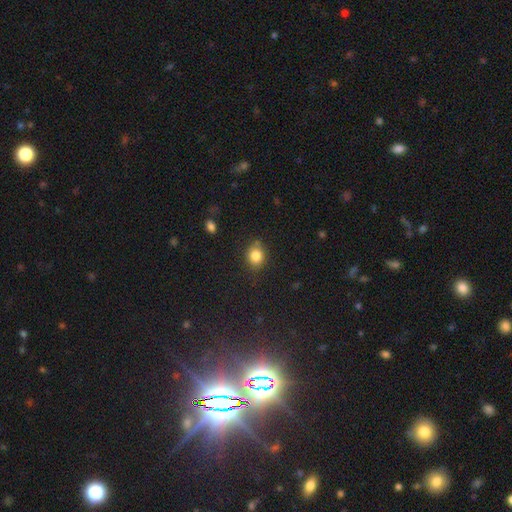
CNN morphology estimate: Smooth or featured? smooth (83%)
How rounded? round (70%)
Merging? none (79%)